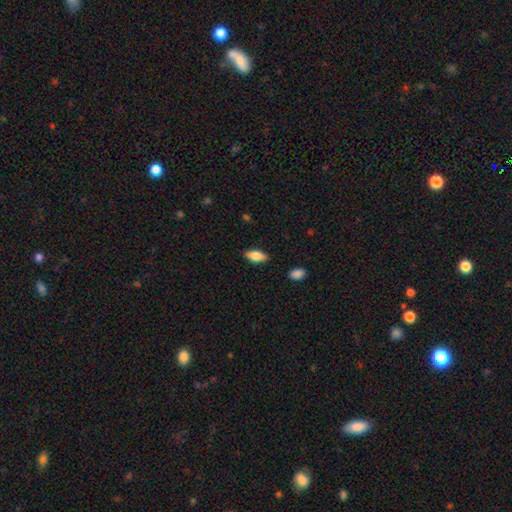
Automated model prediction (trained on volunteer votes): Q: Smooth or featured?
A: smooth (77%); runner-up: featured or disk (16%)
Q: How rounded?
A: in between (85%); runner-up: cigar-shaped (13%)
Q: Merging?
A: none (86%); runner-up: minor disturbance (11%)